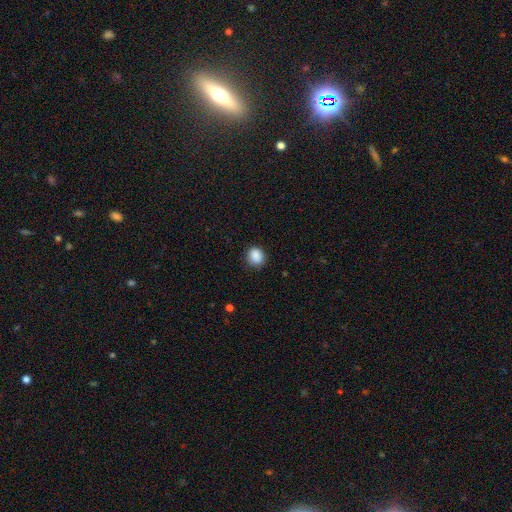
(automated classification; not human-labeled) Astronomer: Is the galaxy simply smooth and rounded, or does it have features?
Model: smooth — 88%.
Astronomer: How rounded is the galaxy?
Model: round — 76%.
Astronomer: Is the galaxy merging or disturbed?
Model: none — 85%.